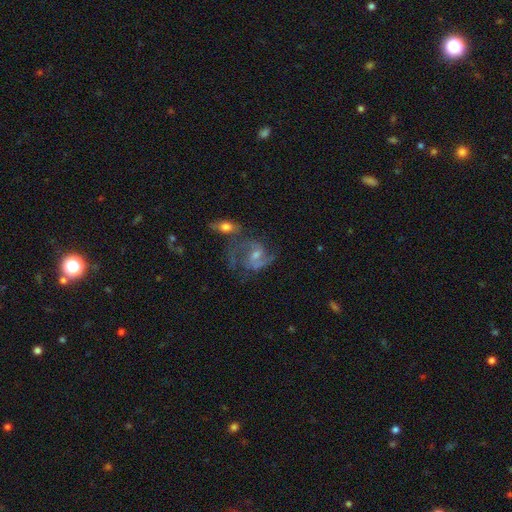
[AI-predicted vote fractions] Smooth or featured?
  - featured or disk: 84% *
  - star or artifact: 8%
  - smooth: 8%
Edge-on disk?
  - no: 97% *
  - yes: 3%
Bar?
  - weak: 51% *
  - no: 34%
  - strong: 15%
Spiral arms?
  - yes: 95% *
  - no: 5%
Spiral winding?
  - medium: 56% *
  - loose: 26%
  - tight: 18%
Spiral arm count?
  - 2: 79% *
  - can't tell: 7%
  - 3: 7%
  - 1: 4%
  - 4: 2%
  - more than 4: 2%
Bulge size?
  - small: 48% *
  - moderate: 42%
  - none: 6%
  - large: 3%
  - dominant: 1%
Merging?
  - none: 48% *
  - merger: 19%
  - minor disturbance: 17%
  - major disturbance: 16%